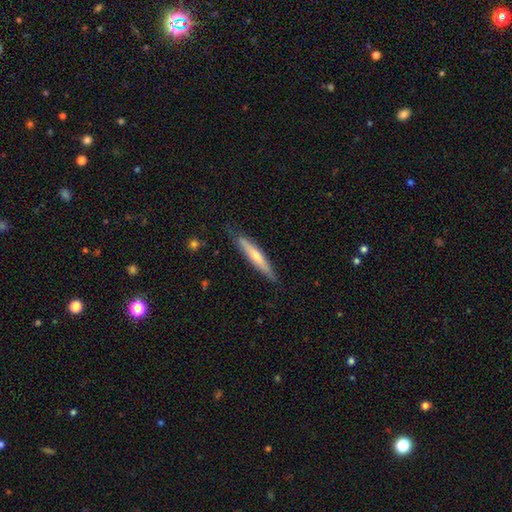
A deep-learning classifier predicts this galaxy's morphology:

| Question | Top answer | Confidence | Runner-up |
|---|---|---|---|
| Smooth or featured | featured or disk | 50% | smooth (42%) |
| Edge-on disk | yes | 92% | no (8%) |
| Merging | none | 86% | minor disturbance (11%) |